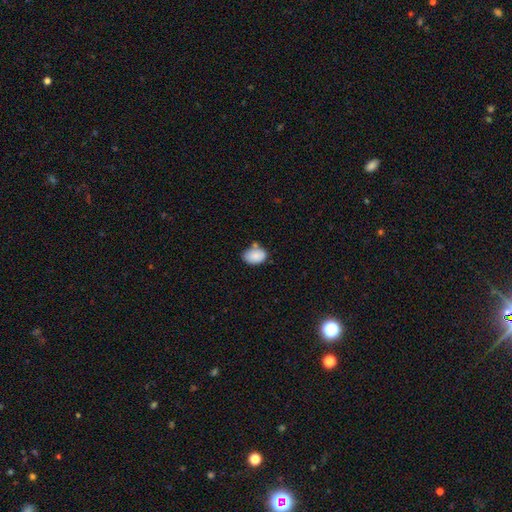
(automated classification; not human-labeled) The model was most divided on "merging": none: 61%, minor disturbance: 22%, merger: 12%, major disturbance: 5%. More confident: smooth or featured — smooth (86%); how rounded — in between (82%).